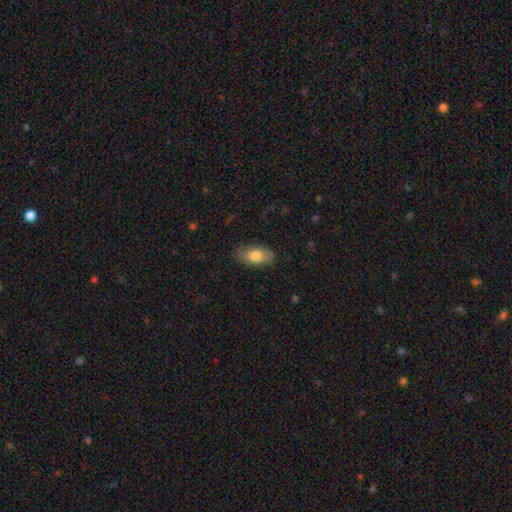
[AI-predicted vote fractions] This appears to be a smooth galaxy with no disk features (79%) that is in between round and cigar-shaped (91%). Merging: none (78%).